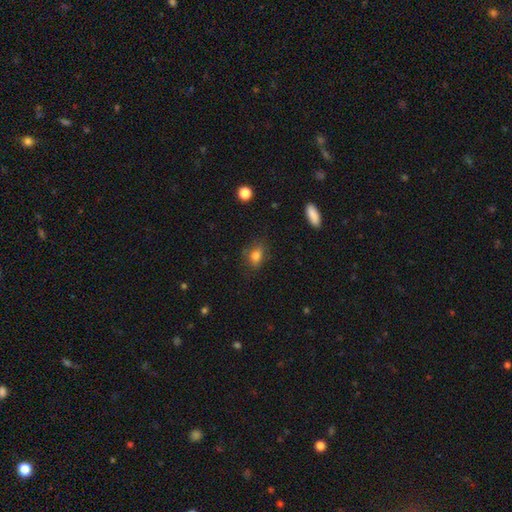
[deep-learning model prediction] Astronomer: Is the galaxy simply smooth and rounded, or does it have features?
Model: smooth — 81%.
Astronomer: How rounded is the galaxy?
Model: in between — 70%.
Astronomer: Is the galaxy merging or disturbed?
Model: none — 75%.